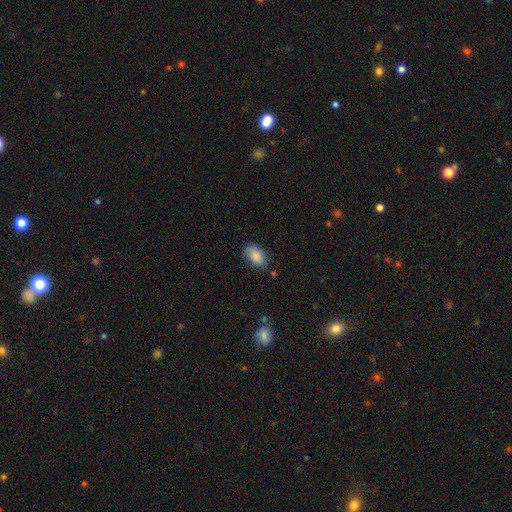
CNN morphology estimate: Smooth or featured?
  - smooth: 84% *
  - featured or disk: 9%
  - star or artifact: 7%
How rounded?
  - in between: 87% *
  - round: 11%
  - cigar-shaped: 1%
Merging?
  - none: 72% *
  - minor disturbance: 22%
  - major disturbance: 5%
  - merger: 2%